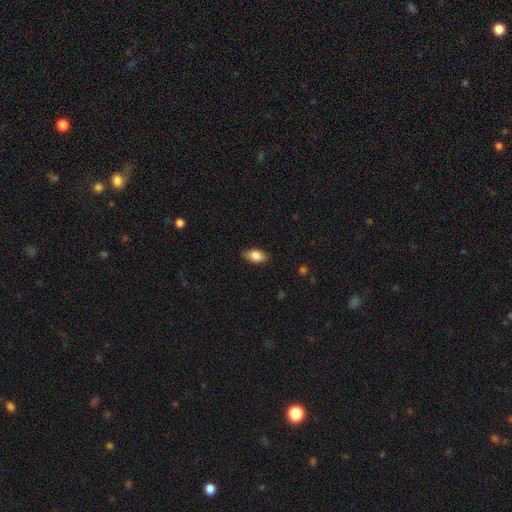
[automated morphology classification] Smooth or featured: smooth — 84% (featured or disk — 8%)
How rounded: in between — 90% (round — 7%)
Merging: none — 84% (minor disturbance — 12%)